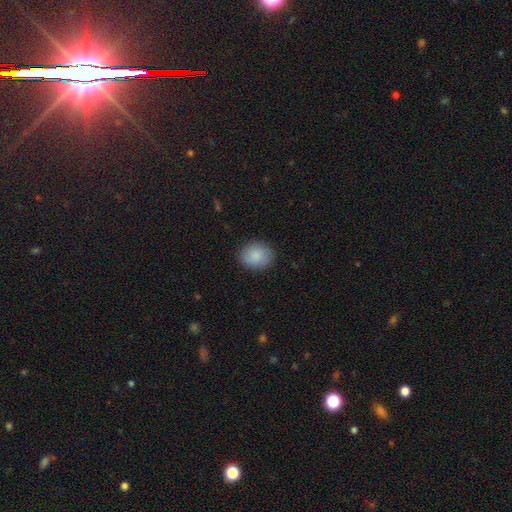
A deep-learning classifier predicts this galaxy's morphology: Smooth or featured? smooth (89%)
How rounded? round (62%)
Merging? none (88%)